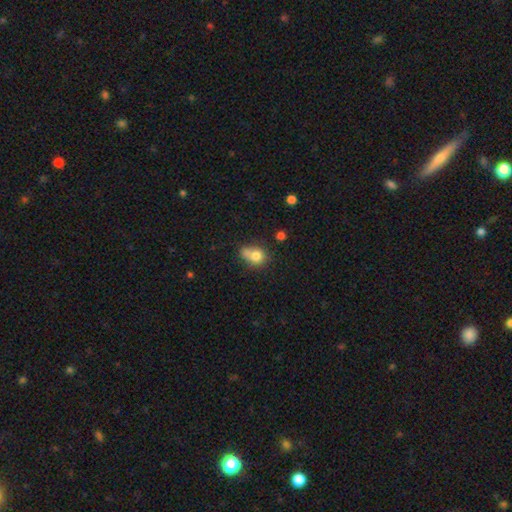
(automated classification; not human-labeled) This appears to be a smooth galaxy with no disk features (77%) that is round (57%). Merging: merger (35%, tied with none).